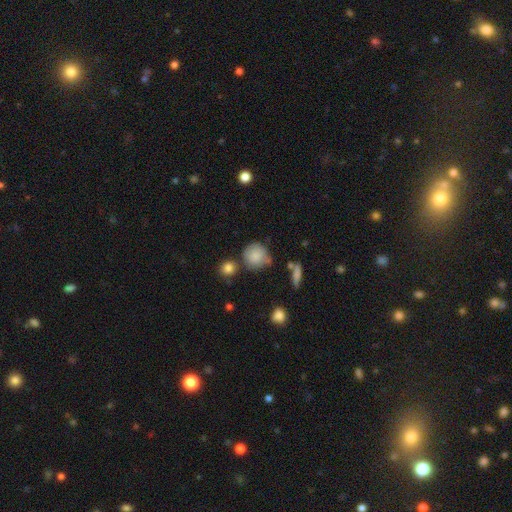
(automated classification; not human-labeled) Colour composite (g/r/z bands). It shows a smooth galaxy with no disk features (81%) that is round (86%). Merging: none (56%).